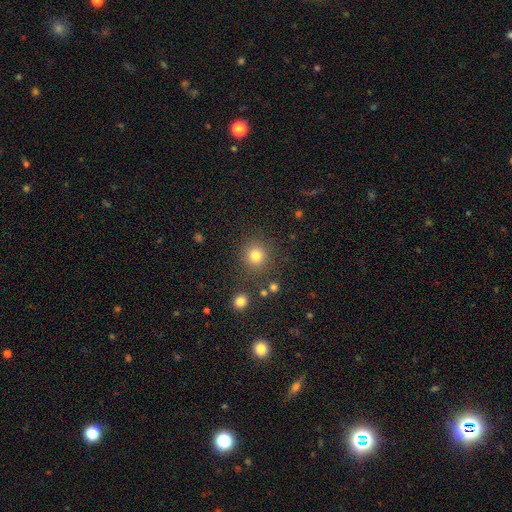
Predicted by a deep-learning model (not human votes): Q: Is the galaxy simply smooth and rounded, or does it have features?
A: smooth — 81%.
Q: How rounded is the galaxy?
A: round — 92%.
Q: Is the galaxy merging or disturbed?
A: none — 85%.